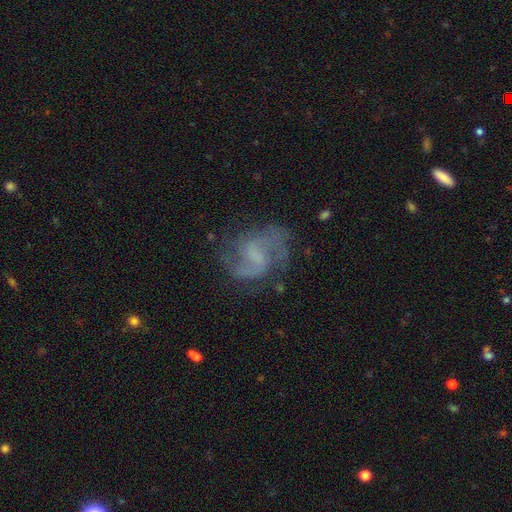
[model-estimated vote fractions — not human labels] A featured or disk galaxy (82%) with a weak bar (53%), 2 (82%) medium (49%) spiral arms (94%) and no central bulge (51%). Merging: none (67%).